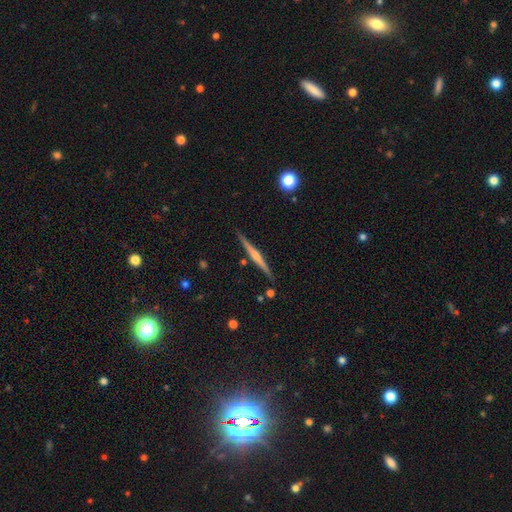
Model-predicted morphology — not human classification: Q: Smooth or featured?
A: featured or disk (68%); runner-up: smooth (27%)
Q: Edge-on disk?
A: yes (98%); runner-up: no (2%)
Q: Edge-on bulge?
A: rounded (54%); runner-up: none (32%)
Q: Merging?
A: none (88%); runner-up: minor disturbance (8%)